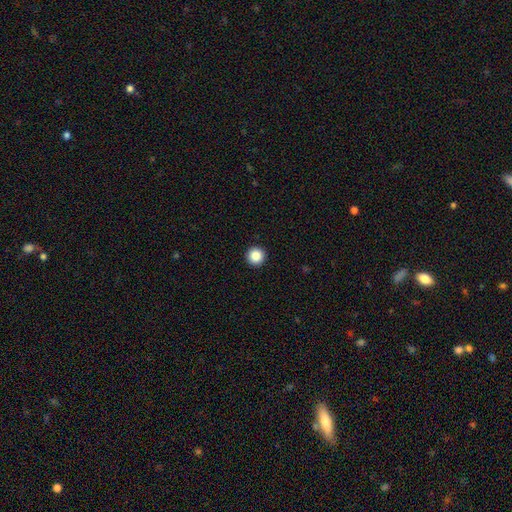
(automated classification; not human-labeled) Q: Smooth or featured?
A: smooth (87%); runner-up: star or artifact (10%)
Q: How rounded?
A: round (97%); runner-up: in between (2%)
Q: Merging?
A: none (94%); runner-up: minor disturbance (4%)